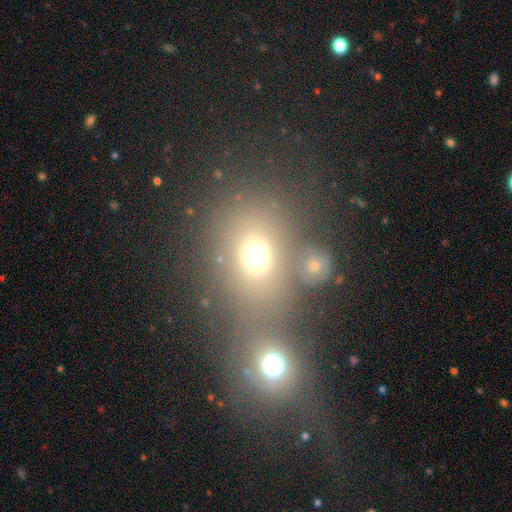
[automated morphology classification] Smooth or featured? Predicted: smooth (p=0.67). How rounded? Predicted: round (p=0.59). Merging? Predicted: merger (p=0.48).